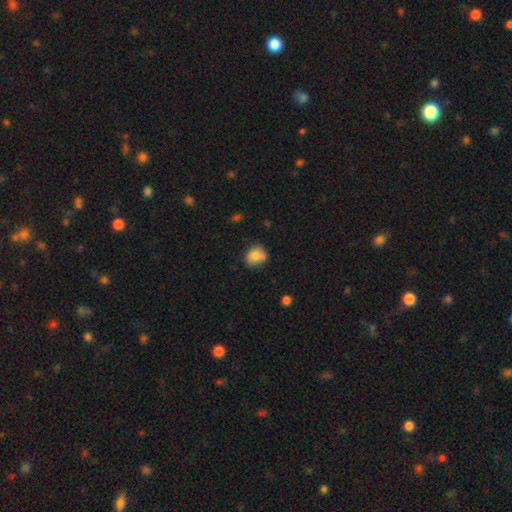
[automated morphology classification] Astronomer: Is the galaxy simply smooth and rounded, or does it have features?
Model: smooth — 82%.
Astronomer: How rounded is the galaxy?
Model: round — 57% (runner-up: in between, 42%).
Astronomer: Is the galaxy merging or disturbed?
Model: none — 61%.